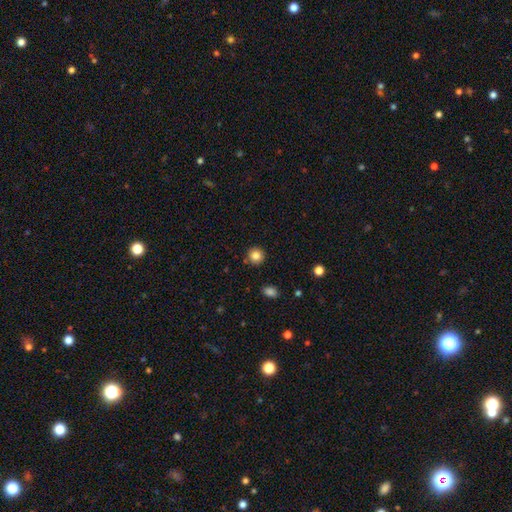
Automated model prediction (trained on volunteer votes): smooth_or_featured: smooth (p=0.84) [alt: star or artifact p=0.10]
how_rounded: round (p=0.92) [alt: in between p=0.07]
merging: none (p=0.88) [alt: minor disturbance p=0.07]